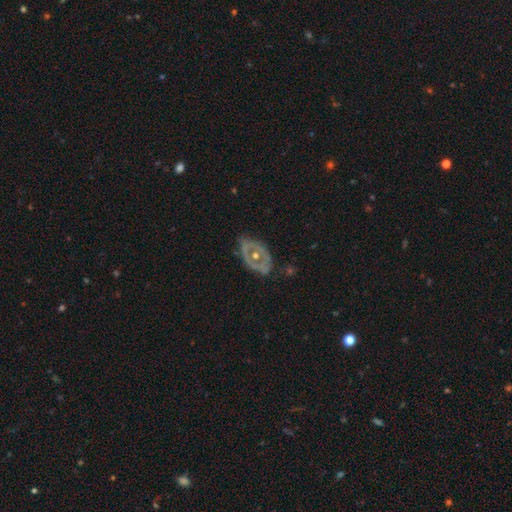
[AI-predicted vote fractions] The model was most divided on "bulge size": moderate: 62%, small: 32%, large: 3%, none: 2%, dominant: 1%. More confident: edge-on disk — no (92%); spiral arms — no (81%); bar — no (75%); merging — none (72%); smooth or featured — featured or disk (68%).